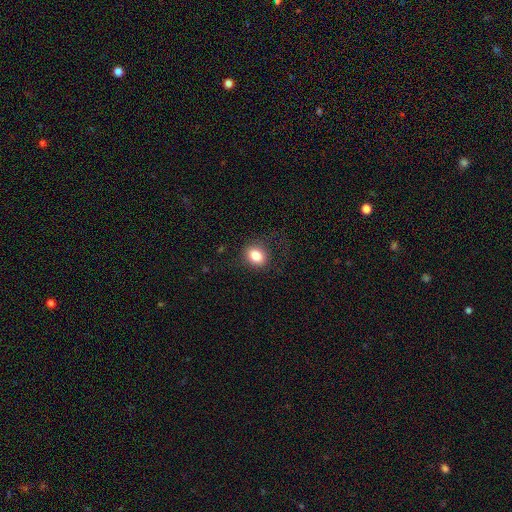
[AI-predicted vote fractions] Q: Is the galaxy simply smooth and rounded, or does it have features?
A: smooth — 84%.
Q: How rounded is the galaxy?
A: round — 50%.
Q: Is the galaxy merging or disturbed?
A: none — 79%.